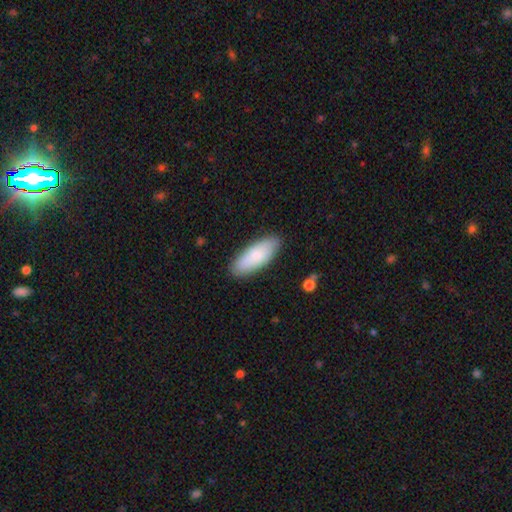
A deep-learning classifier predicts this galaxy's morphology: Overall: smooth (83%). How rounded: in between (75%). Merging: none (86%).